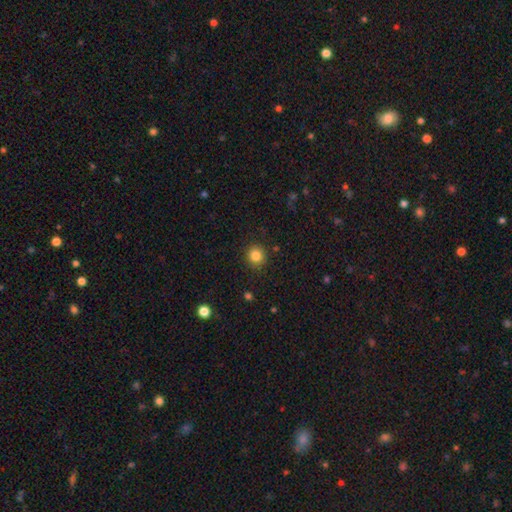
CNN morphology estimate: Overall: smooth (84%). How rounded: round (91%). Merging: none (90%).